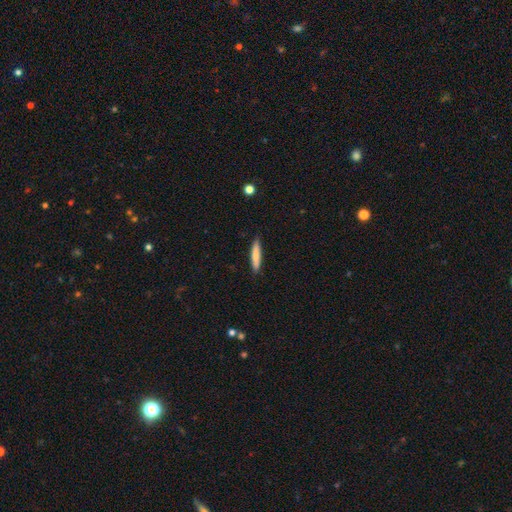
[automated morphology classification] smooth-or-featured: smooth: 81% | featured or disk: 14% | star or artifact: 6%
  how-rounded: cigar-shaped: 88% | in between: 11% | round: 1%
  merging: none: 86% | minor disturbance: 11% | major disturbance: 2% | merger: 1%